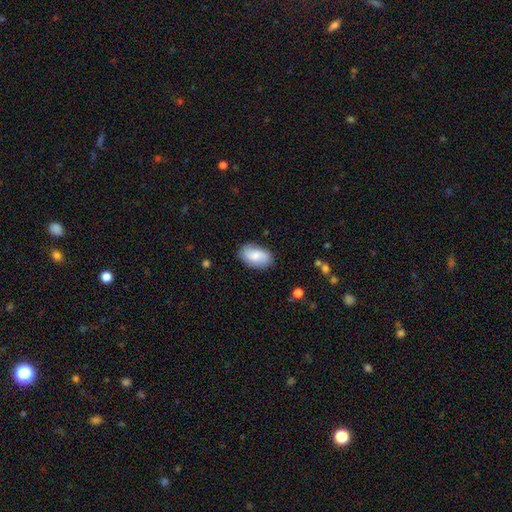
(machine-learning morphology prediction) smooth-or-featured: smooth: 75% | featured or disk: 19% | star or artifact: 6%
  how-rounded: in between: 93% | round: 6% | cigar-shaped: 2%
  merging: none: 83% | minor disturbance: 13% | major disturbance: 3% | merger: 1%